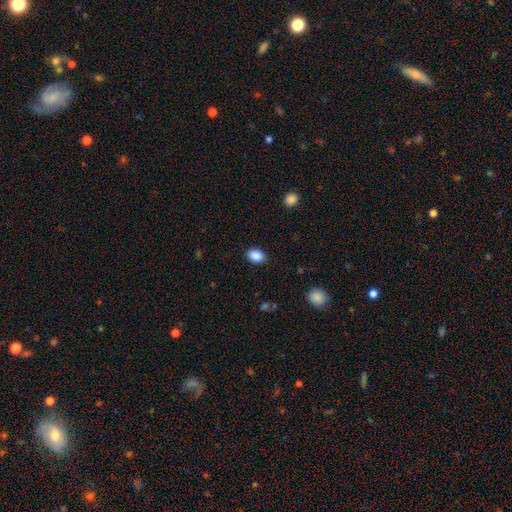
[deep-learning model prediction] A smooth galaxy with no disk features (89%) that is in between round and cigar-shaped (80%).

Vote fractions:
- Smooth or featured? smooth: 89% / star or artifact: 8% / featured or disk: 3%
- How rounded? in between: 80% / round: 19% / cigar-shaped: 1%
- Merging? none: 88% / minor disturbance: 9% / major disturbance: 2% / merger: 1%